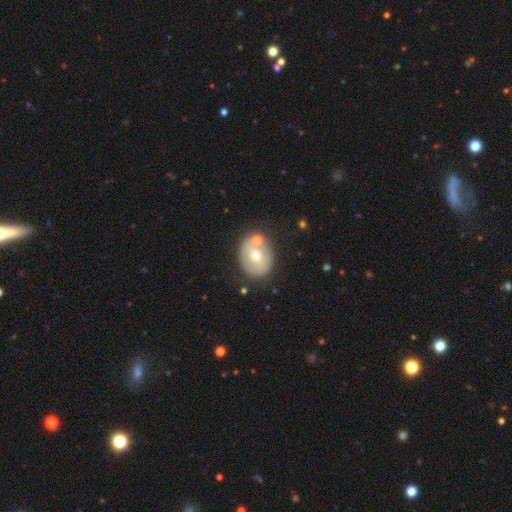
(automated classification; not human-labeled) A smooth galaxy with no disk features (47%). Merging: none (69%).